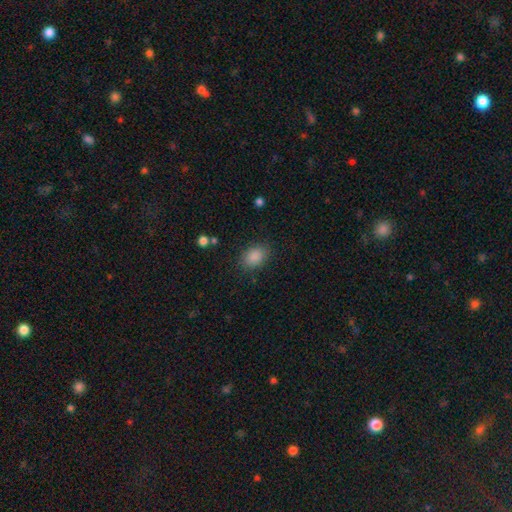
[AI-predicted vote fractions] This appears to be a smooth galaxy with no disk features (86%) that is in between round and cigar-shaped (74%). Merging: none (84%).